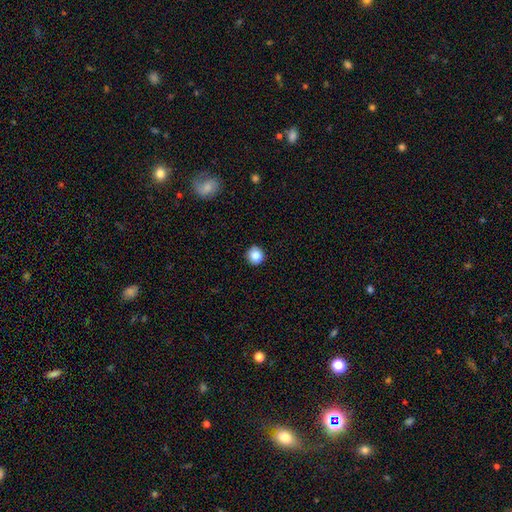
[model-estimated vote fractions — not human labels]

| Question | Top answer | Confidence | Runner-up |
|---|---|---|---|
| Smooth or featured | smooth | 85% | star or artifact (10%) |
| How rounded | round | 92% | in between (7%) |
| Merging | none | 89% | minor disturbance (8%) |